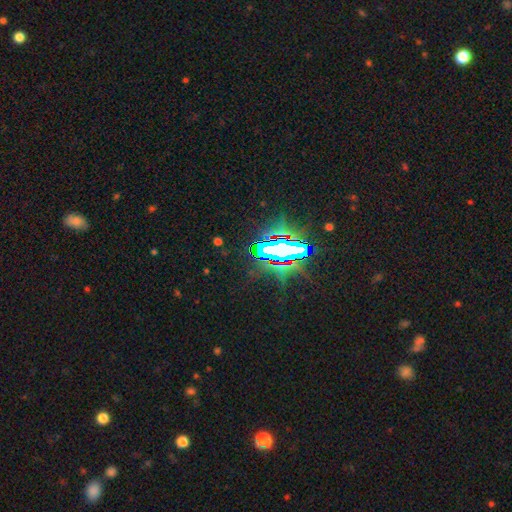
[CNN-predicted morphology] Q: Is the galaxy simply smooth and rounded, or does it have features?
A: star or artifact — 82%.